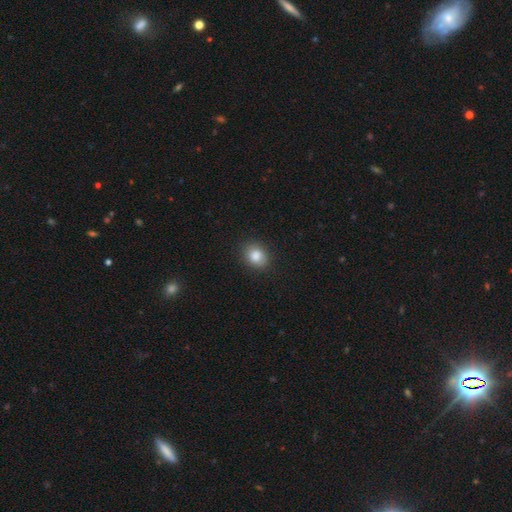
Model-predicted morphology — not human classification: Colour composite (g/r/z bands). It shows a smooth galaxy with no disk features (85%) that is round (52%). Merging: none (86%).